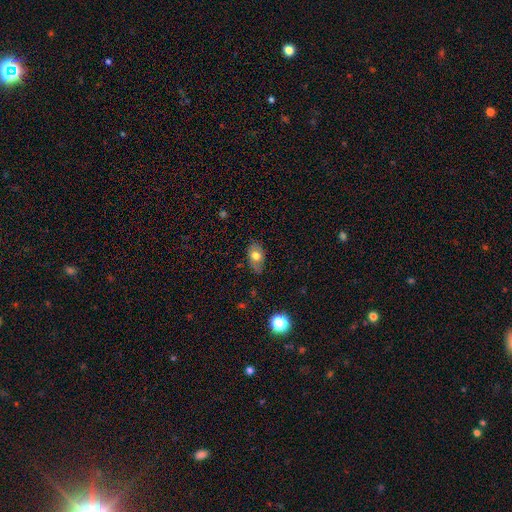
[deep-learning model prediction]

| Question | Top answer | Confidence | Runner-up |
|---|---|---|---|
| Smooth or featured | smooth | 67% | featured or disk (24%) |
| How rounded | in between | 86% | round (12%) |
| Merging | none | 75% | minor disturbance (20%) |